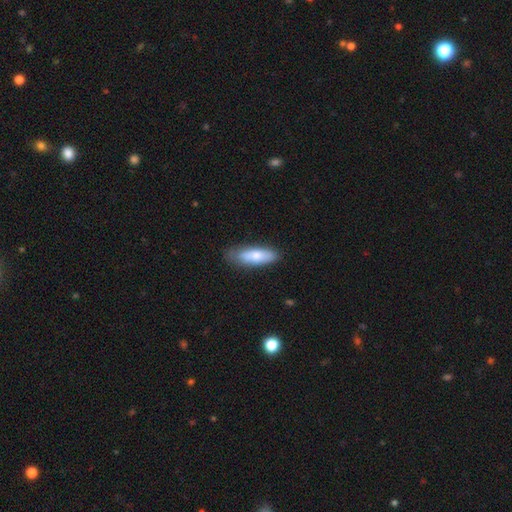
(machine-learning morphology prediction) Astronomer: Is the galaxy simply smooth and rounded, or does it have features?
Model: smooth — 75%.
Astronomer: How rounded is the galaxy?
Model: in between — 55% (runner-up: cigar-shaped, 43%).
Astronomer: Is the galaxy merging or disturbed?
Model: none — 72%.